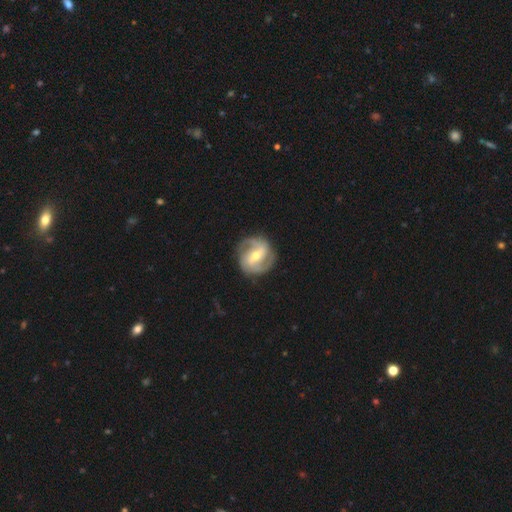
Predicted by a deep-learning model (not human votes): Q: Smooth or featured?
A: featured or disk (85%); runner-up: smooth (10%)
Q: Edge-on disk?
A: no (97%); runner-up: yes (3%)
Q: Bar?
A: strong (47%); runner-up: weak (38%)
Q: Spiral arms?
A: yes (94%); runner-up: no (6%)
Q: Spiral winding?
A: medium (46%); runner-up: tight (38%)
Q: Spiral arm count?
A: 2 (81%); runner-up: can't tell (7%)
Q: Bulge size?
A: moderate (60%); runner-up: small (36%)
Q: Merging?
A: none (83%); runner-up: minor disturbance (12%)